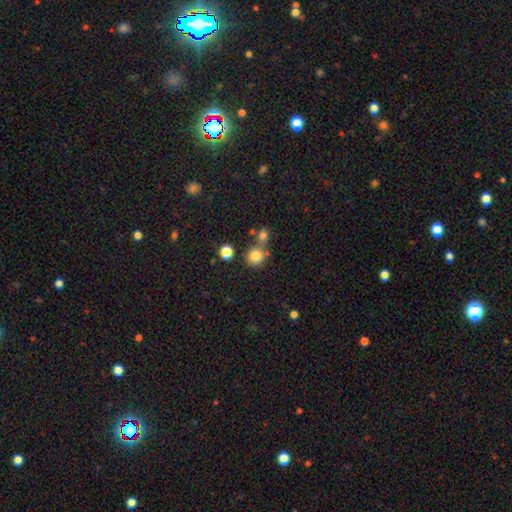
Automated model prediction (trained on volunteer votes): Overall: smooth (81%). How rounded: round (89%). Merging: none (59%; merger 27%).